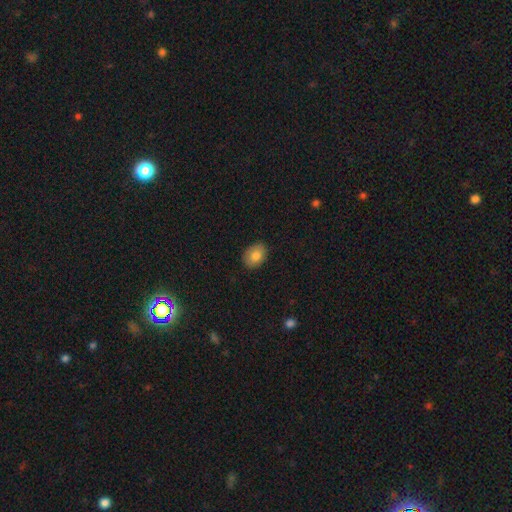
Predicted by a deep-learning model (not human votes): smooth 83%, featured or disk 9%, star or artifact 8%. Down the decision tree: how rounded — in between (77%); merging — none (87%).